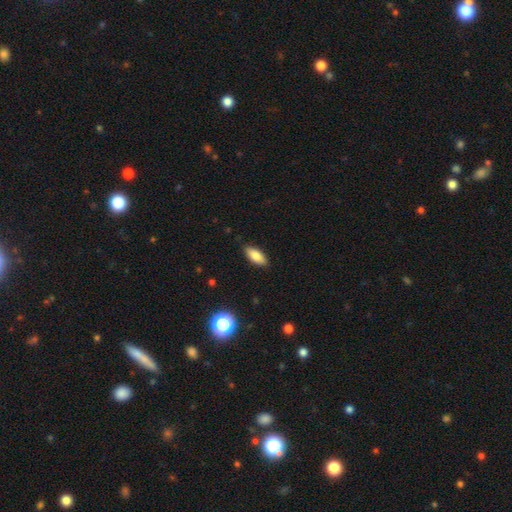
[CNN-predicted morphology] This appears to be a smooth galaxy with no disk features (84%) that is in between round and cigar-shaped (82%). Merging: none (86%).